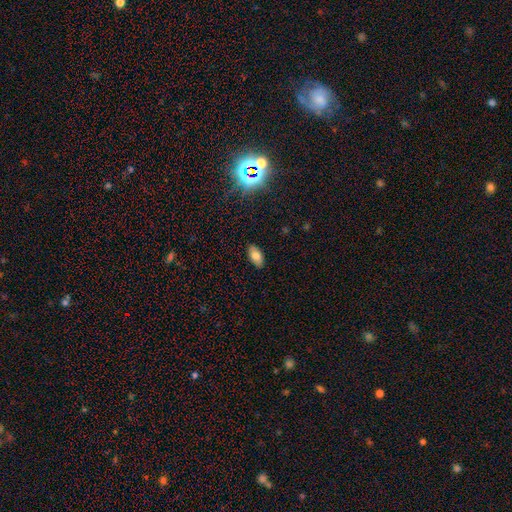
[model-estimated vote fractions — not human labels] The model was most divided on "smooth or featured": smooth: 78%, featured or disk: 13%, star or artifact: 9%. More confident: how rounded — in between (93%); merging — none (88%).